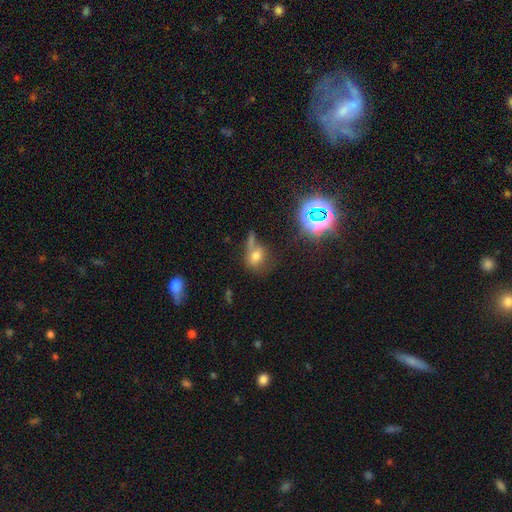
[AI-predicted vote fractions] Morphology: type=smooth (57%); roundness=round (54%); merging=none (40%).